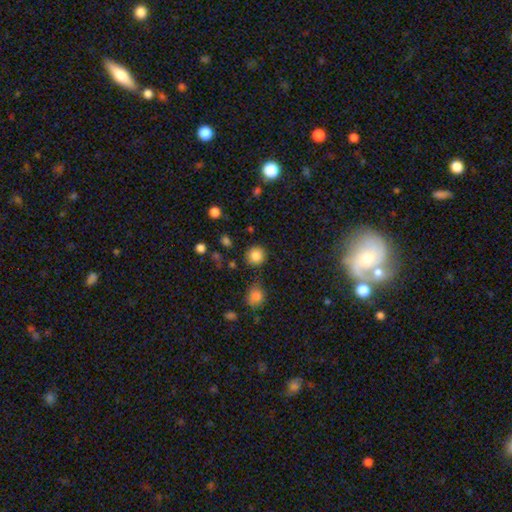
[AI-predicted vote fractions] Smooth or featured: smooth — 84% (star or artifact — 11%)
How rounded: round — 92% (in between — 7%)
Merging: none — 85% (minor disturbance — 9%)